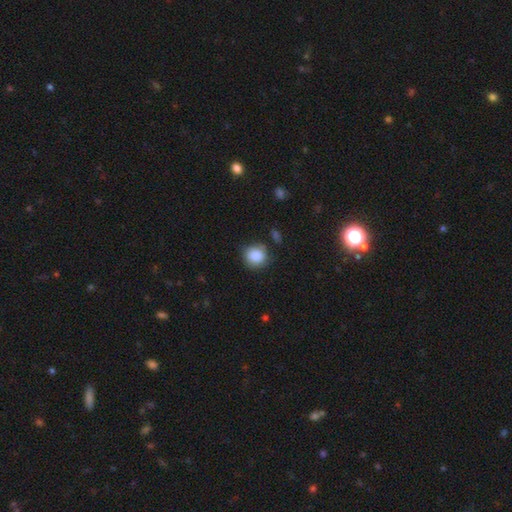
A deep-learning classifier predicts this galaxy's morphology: Overall: smooth (87%). How rounded: round (86%). Merging: none (76%).